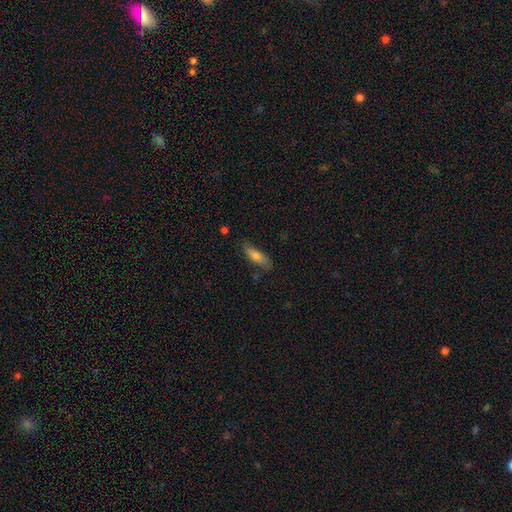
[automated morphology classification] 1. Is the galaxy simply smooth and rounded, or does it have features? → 73% smooth, 20% featured or disk, 7% star or artifact.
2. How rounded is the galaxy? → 54% in between, 44% cigar-shaped, 2% round.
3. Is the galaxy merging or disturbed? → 71% none, 22% minor disturbance, 4% major disturbance, 3% merger.